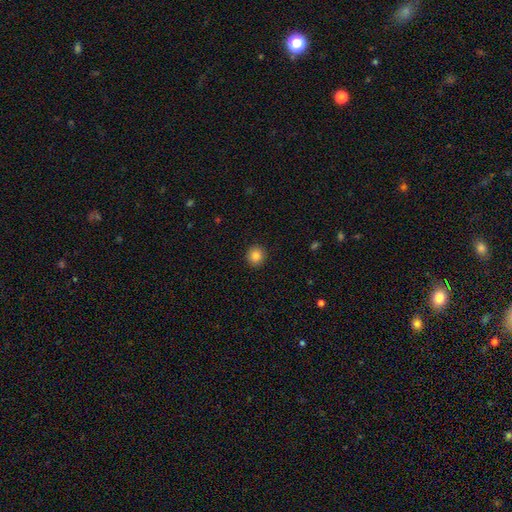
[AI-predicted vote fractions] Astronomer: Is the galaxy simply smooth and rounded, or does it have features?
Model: smooth — 84%.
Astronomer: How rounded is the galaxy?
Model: round — 89%.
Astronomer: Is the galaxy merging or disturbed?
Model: none — 92%.